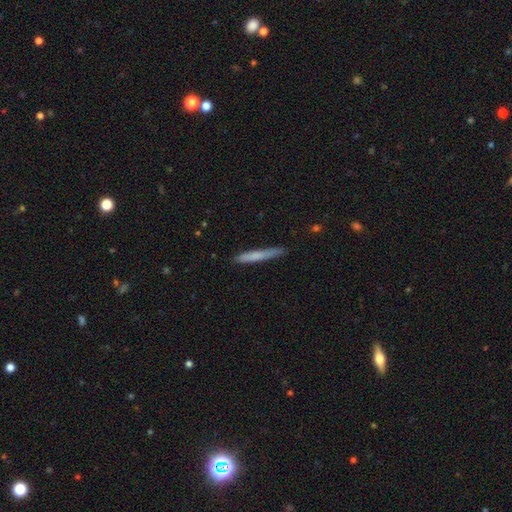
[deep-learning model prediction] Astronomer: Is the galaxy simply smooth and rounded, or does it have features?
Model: smooth — 69%.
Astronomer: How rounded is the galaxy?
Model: cigar-shaped — 96%.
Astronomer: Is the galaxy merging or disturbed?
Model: none — 86%.